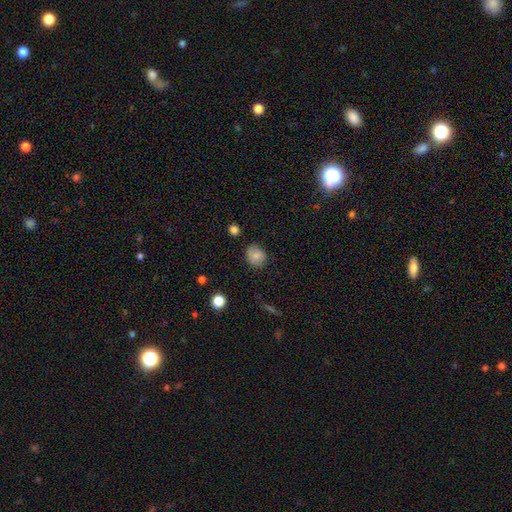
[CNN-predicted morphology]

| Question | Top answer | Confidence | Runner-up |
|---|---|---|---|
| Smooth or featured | smooth | 79% | featured or disk (11%) |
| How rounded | round | 66% | in between (33%) |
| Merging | none | 75% | minor disturbance (20%) |